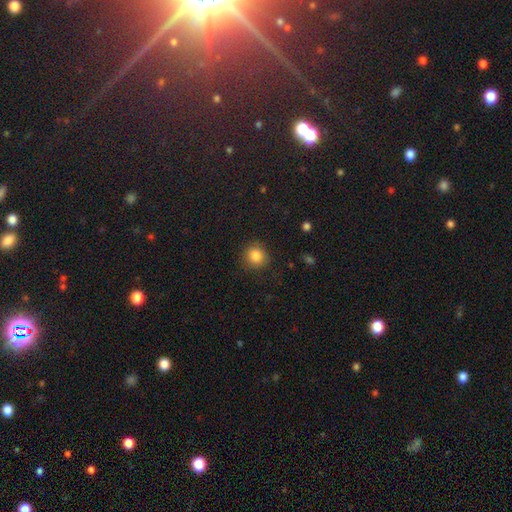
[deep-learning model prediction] The model was most divided on "how rounded": round: 86%, in between: 13%, cigar-shaped: 1%. More confident: merging — none (85%); smooth or featured — smooth (85%).